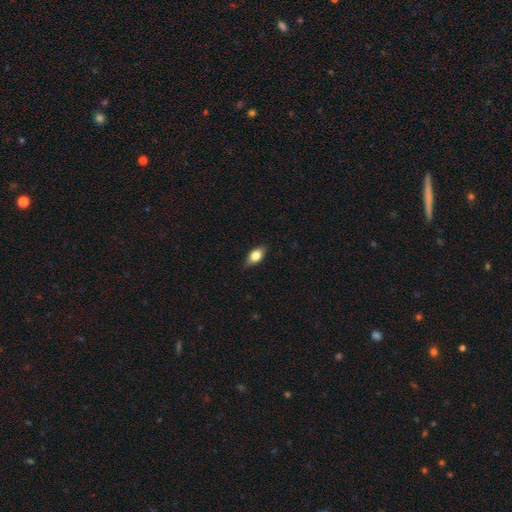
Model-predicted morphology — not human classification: Smooth or featured? Predicted: smooth (p=0.77). How rounded? Predicted: in between (p=0.85). Merging? Predicted: none (p=0.80).